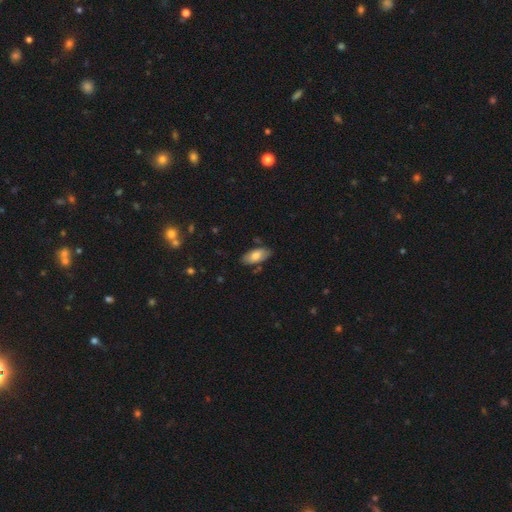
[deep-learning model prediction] A smooth galaxy with no disk features (73%) that is in between round and cigar-shaped (91%).

Vote fractions:
- Smooth or featured? smooth: 73% / featured or disk: 20% / star or artifact: 6%
- How rounded? in between: 91% / cigar-shaped: 7% / round: 2%
- Merging? none: 79% / minor disturbance: 15% / merger: 3% / major disturbance: 3%